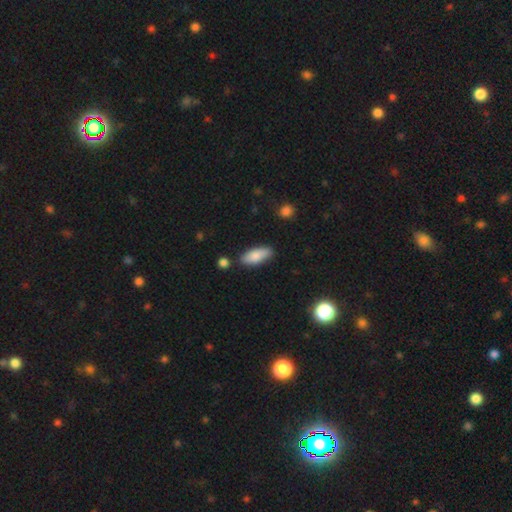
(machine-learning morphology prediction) Q: Smooth or featured?
A: smooth (82%); runner-up: featured or disk (12%)
Q: How rounded?
A: in between (76%); runner-up: cigar-shaped (22%)
Q: Merging?
A: none (78%); runner-up: minor disturbance (14%)